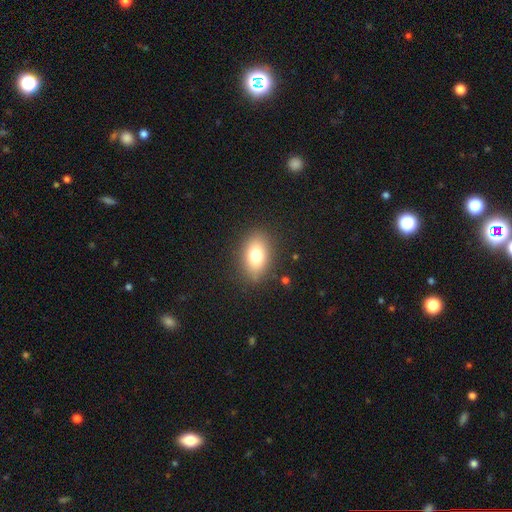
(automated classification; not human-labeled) Overall: smooth (76%). How rounded: in between (83%). Merging: none (85%).